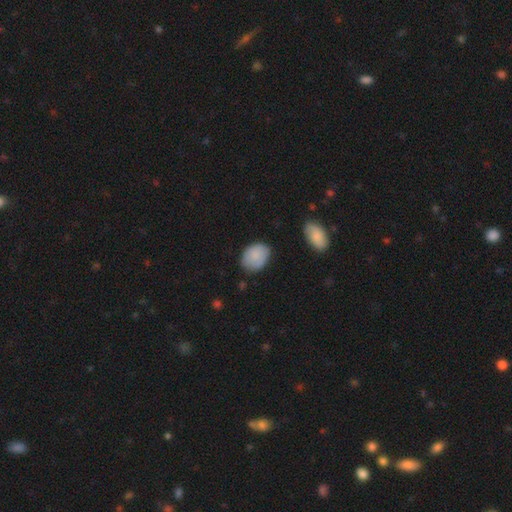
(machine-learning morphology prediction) smooth_or_featured: smooth (p=0.84) [alt: featured or disk p=0.09]
how_rounded: in between (p=0.76) [alt: round p=0.23]
merging: none (p=0.72) [alt: minor disturbance p=0.21]